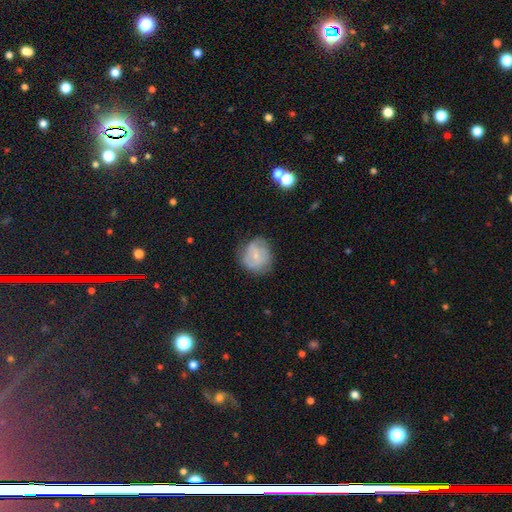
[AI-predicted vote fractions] featured or disk 47%, smooth 45%, star or artifact 8%. Down the decision tree: merging — none (65%).